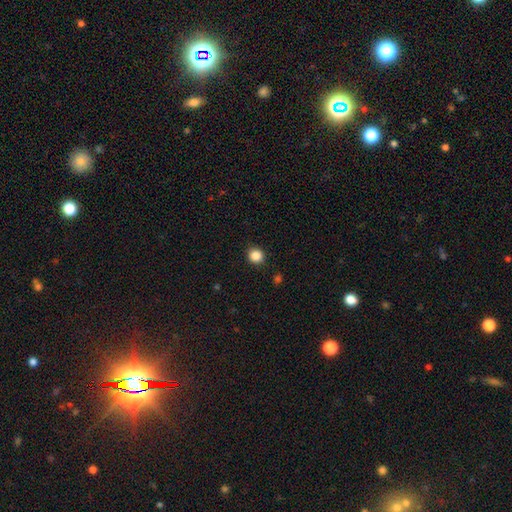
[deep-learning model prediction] Q: Smooth or featured?
A: smooth (86%); runner-up: star or artifact (11%)
Q: How rounded?
A: round (88%); runner-up: in between (12%)
Q: Merging?
A: none (91%); runner-up: minor disturbance (6%)